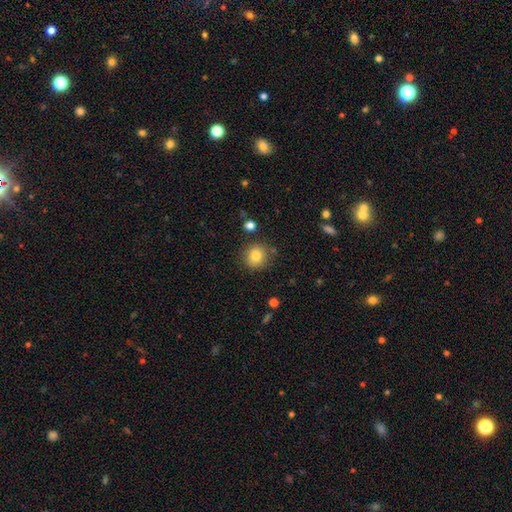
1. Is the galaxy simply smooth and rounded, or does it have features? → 89% smooth, 5% featured or disk, 5% star or artifact.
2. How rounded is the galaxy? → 82% round, 18% in between, 0% cigar-shaped.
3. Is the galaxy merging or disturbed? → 86% none, 11% minor disturbance, 3% merger, 0% major disturbance.